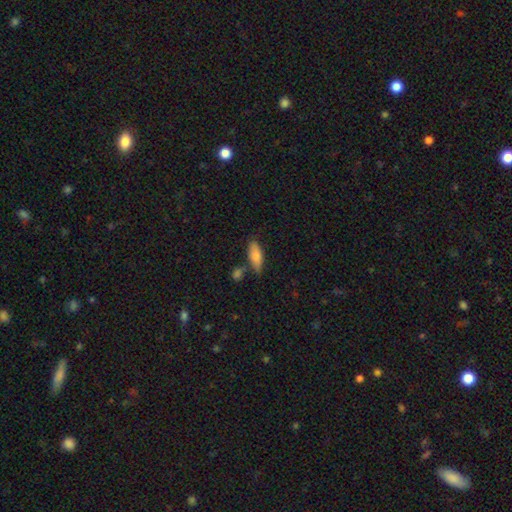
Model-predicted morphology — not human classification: Smooth or featured?
  - smooth: 79% *
  - featured or disk: 15%
  - star or artifact: 7%
How rounded?
  - in between: 64% *
  - cigar-shaped: 34%
  - round: 2%
Merging?
  - none: 63% *
  - minor disturbance: 22%
  - merger: 10%
  - major disturbance: 5%